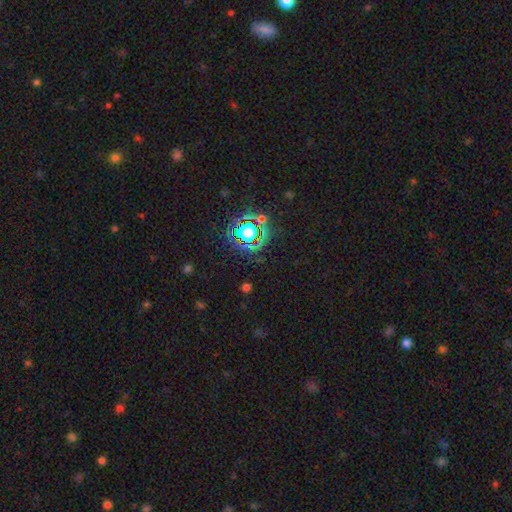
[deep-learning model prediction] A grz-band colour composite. It shows a star or artifact, not a galaxy (79%).